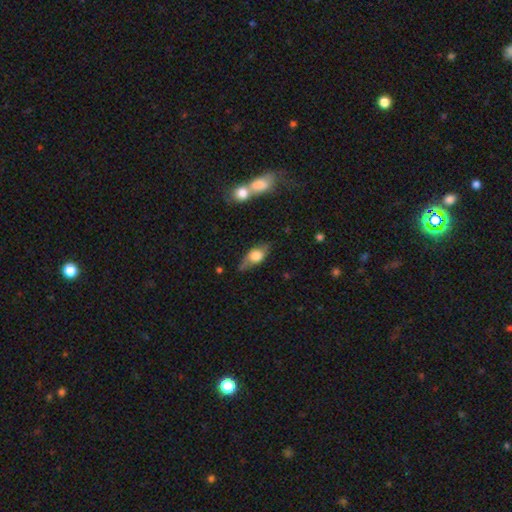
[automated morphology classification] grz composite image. It shows a smooth galaxy with no disk features (51%) that is in between round and cigar-shaped (72%). Merging: none (71%).